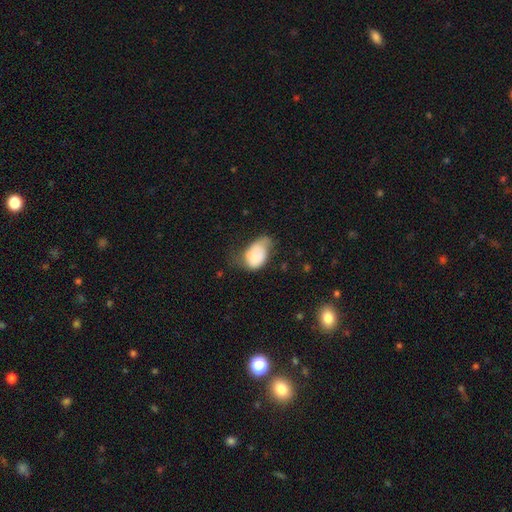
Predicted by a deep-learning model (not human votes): smooth 71%, featured or disk 22%, star or artifact 8%. Down the decision tree: how rounded — in between (84%); merging — minor disturbance (38%).